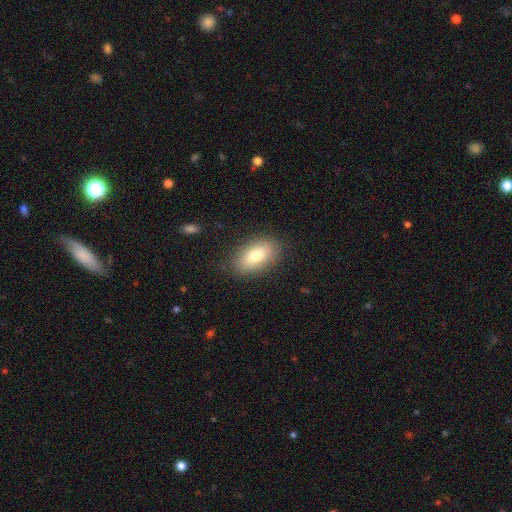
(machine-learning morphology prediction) A smooth galaxy with no disk features (76%) that is in between round and cigar-shaped (90%).

Vote fractions:
- Smooth or featured? smooth: 76% / featured or disk: 16% / star or artifact: 8%
- How rounded? in between: 90% / round: 6% / cigar-shaped: 3%
- Merging? none: 85% / minor disturbance: 10% / major disturbance: 3% / merger: 1%